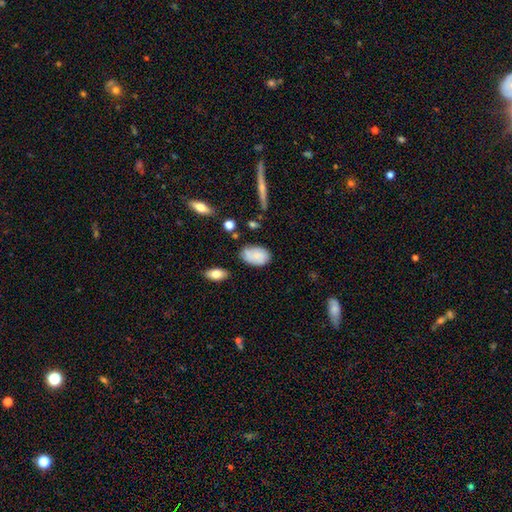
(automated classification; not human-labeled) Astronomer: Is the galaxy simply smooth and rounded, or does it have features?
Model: smooth — 79%.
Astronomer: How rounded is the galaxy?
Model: in between — 90%.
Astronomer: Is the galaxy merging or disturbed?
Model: none — 65%.